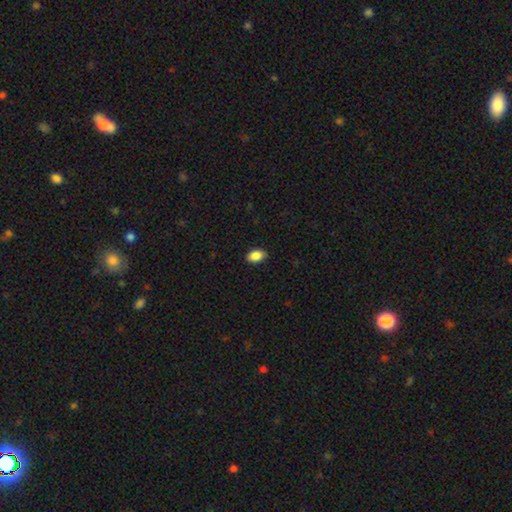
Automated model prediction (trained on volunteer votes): A smooth galaxy with no disk features (89%) that is in between round and cigar-shaped (89%).

Vote fractions:
- Smooth or featured? smooth: 89% / star or artifact: 8% / featured or disk: 3%
- How rounded? in between: 89% / round: 10% / cigar-shaped: 1%
- Merging? none: 87% / minor disturbance: 10% / major disturbance: 2% / merger: 1%